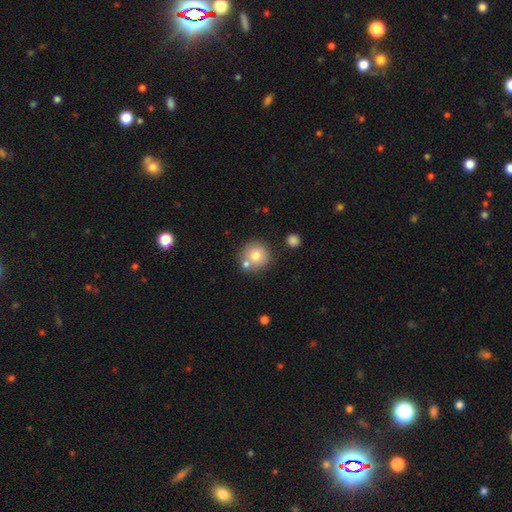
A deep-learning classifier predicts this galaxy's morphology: The model was most divided on "merging": none: 65%, merger: 23%, minor disturbance: 9%, major disturbance: 3%. More confident: how rounded — round (93%); smooth or featured — smooth (75%).